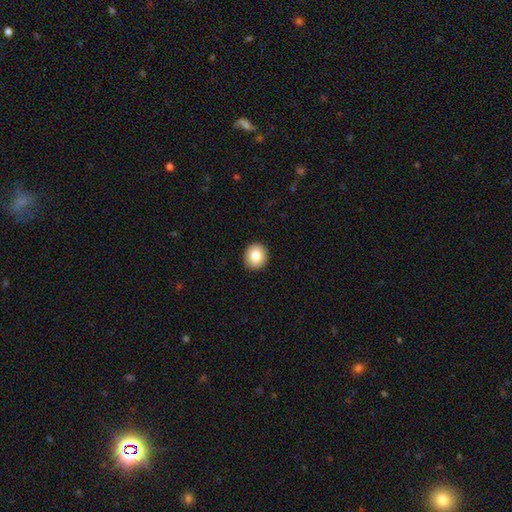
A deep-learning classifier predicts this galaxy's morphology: Smooth or featured? smooth (83%)
How rounded? round (89%)
Merging? none (92%)